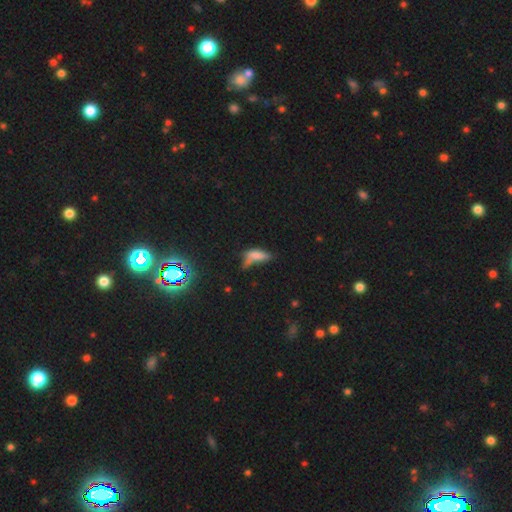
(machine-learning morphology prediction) This is likely a smooth galaxy (65%). How rounded: likely in between (62%). Merging: marginally none (32%).